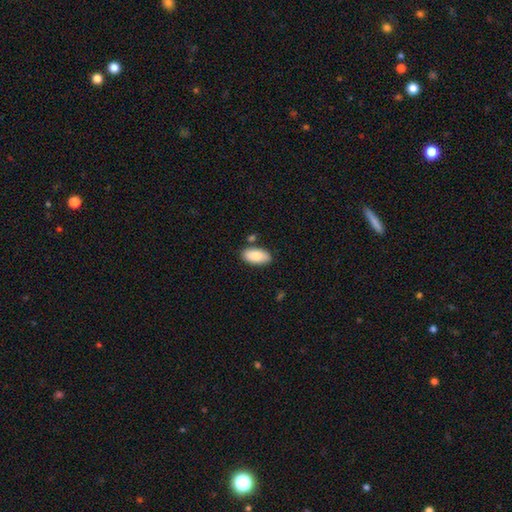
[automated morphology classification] smooth_or_featured: smooth (p=0.85) [alt: featured or disk p=0.09]
how_rounded: in between (p=0.93) [alt: cigar-shaped p=0.05]
merging: none (p=0.79) [alt: minor disturbance p=0.12]